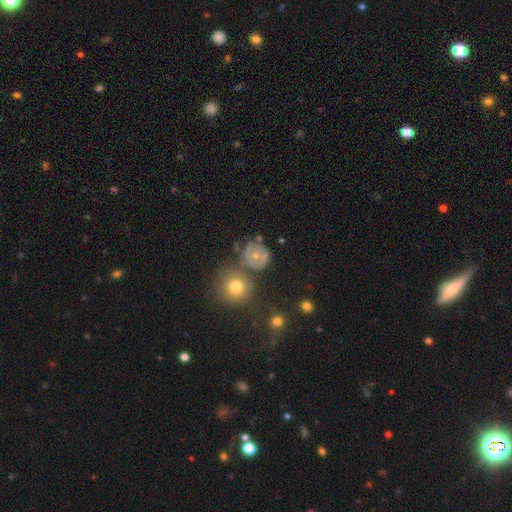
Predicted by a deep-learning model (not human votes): This appears to be a smooth galaxy with no disk features (53%) that is round (84%). Merging: none (58%).